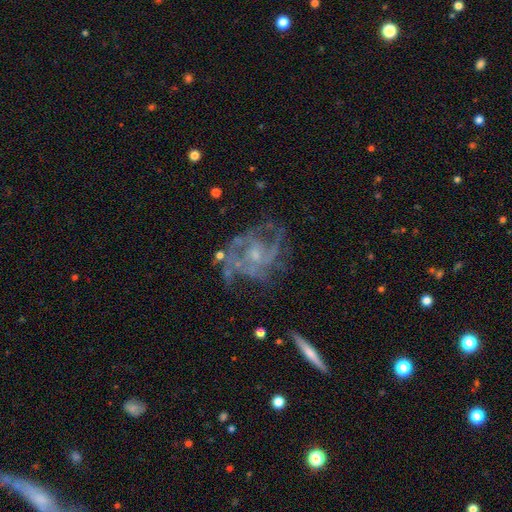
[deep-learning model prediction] Smooth or featured?
  - featured or disk: 82% *
  - smooth: 9%
  - star or artifact: 8%
Edge-on disk?
  - no: 97% *
  - yes: 3%
Bar?
  - no: 66% *
  - weak: 28%
  - strong: 5%
Spiral arms?
  - yes: 82% *
  - no: 18%
Spiral winding?
  - medium: 46% *
  - tight: 31%
  - loose: 23%
Spiral arm count?
  - can't tell: 31% *
  - 2: 30%
  - 3: 22%
  - 4: 7%
  - 1: 6%
  - more than 4: 5%
Bulge size?
  - small: 56% *
  - moderate: 31%
  - none: 10%
  - large: 2%
  - dominant: 1%
Merging?
  - none: 50% *
  - major disturbance: 25%
  - minor disturbance: 20%
  - merger: 5%